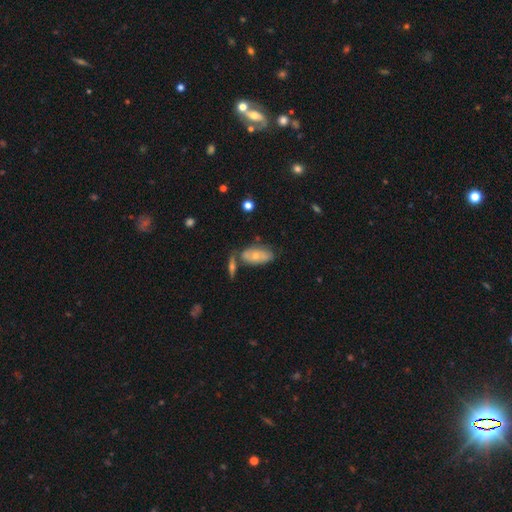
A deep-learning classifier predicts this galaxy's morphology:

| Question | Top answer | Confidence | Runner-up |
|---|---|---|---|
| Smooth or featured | smooth | 56% | featured or disk (37%) |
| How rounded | in between | 89% | cigar-shaped (7%) |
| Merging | none | 55% | minor disturbance (20%) |